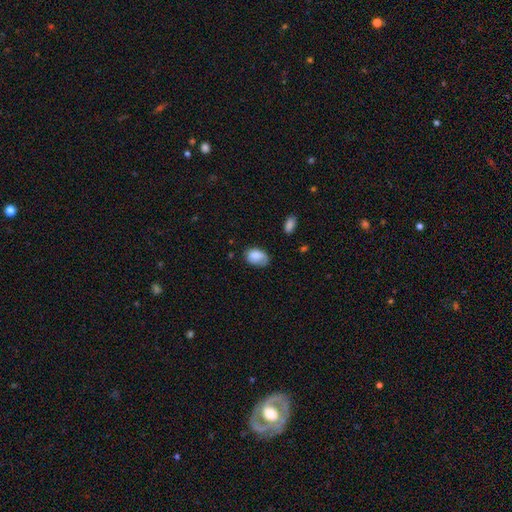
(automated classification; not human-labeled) Q: Smooth or featured?
A: smooth (83%); runner-up: featured or disk (9%)
Q: How rounded?
A: in between (83%); runner-up: round (16%)
Q: Merging?
A: none (58%); runner-up: minor disturbance (30%)